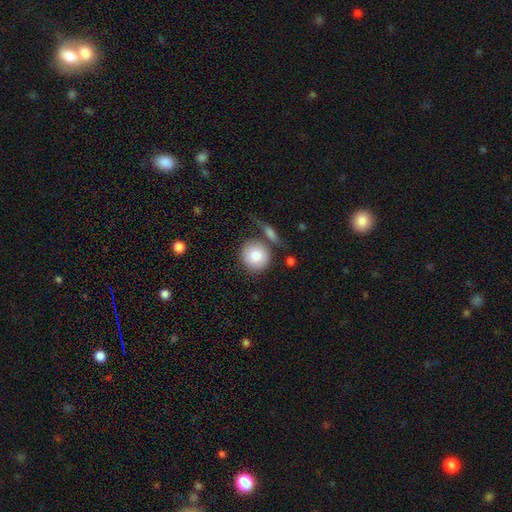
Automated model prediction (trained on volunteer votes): Smooth or featured? Predicted: smooth (p=0.83). How rounded? Predicted: round (p=0.90). Merging? Predicted: none (p=0.63).